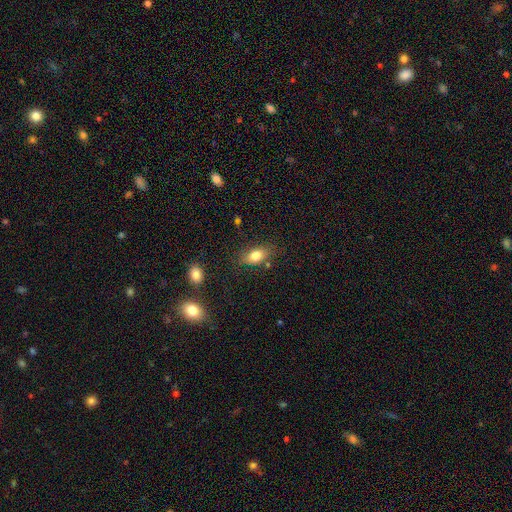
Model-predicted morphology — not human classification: smooth 79%, featured or disk 12%, star or artifact 9%. Down the decision tree: how rounded — in between (85%); merging — none (77%).